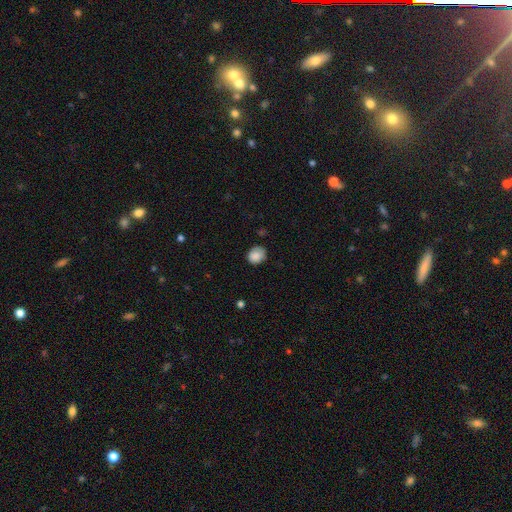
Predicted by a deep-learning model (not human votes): Overall: smooth (86%). How rounded: round (64%; in between 35%). Merging: none (71%).